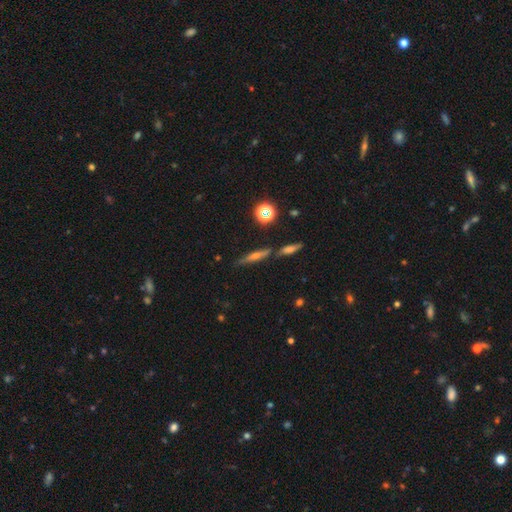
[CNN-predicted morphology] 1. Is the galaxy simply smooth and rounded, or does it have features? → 61% featured or disk, 23% smooth, 16% star or artifact.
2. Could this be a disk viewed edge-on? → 93% yes, 7% no.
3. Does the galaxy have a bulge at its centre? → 82% rounded, 11% none, 7% boxy.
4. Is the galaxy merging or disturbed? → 76% none, 11% merger, 9% minor disturbance, 3% major disturbance.